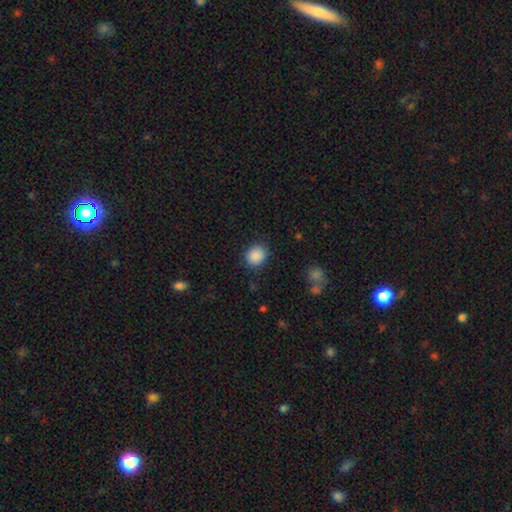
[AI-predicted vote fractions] Smooth or featured: smooth — 88% (star or artifact — 8%)
How rounded: round — 67% (in between — 32%)
Merging: none — 85% (minor disturbance — 11%)